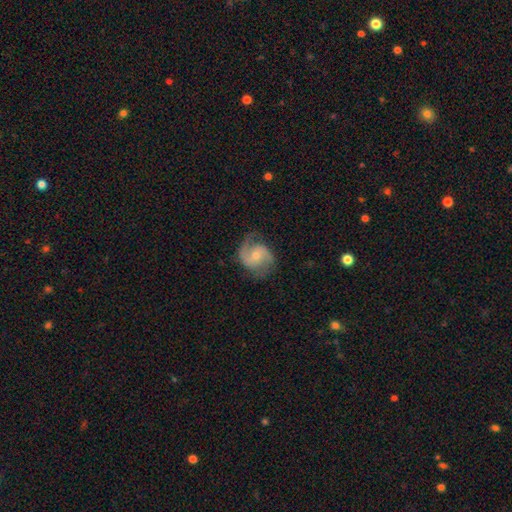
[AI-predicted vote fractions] Smooth or featured: featured or disk — 79% (smooth — 15%)
Edge-on disk: no — 98% (yes — 2%)
Bar: no — 54% (weak — 38%)
Spiral arms: yes — 96% (no — 4%)
Spiral winding: medium — 52% (loose — 27%)
Spiral arm count: 2 — 86% (1 — 6%)
Bulge size: small — 48% (moderate — 45%)
Merging: none — 72% (minor disturbance — 18%)